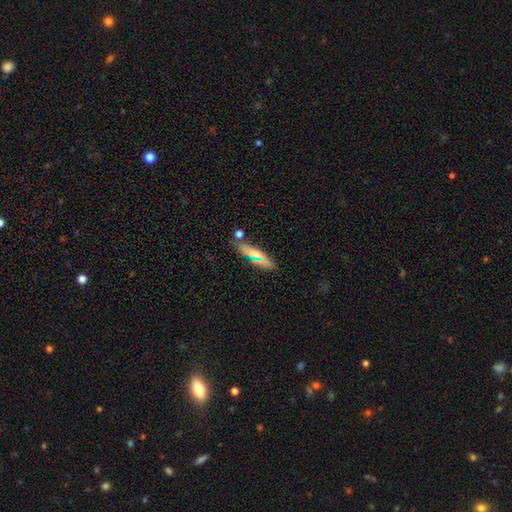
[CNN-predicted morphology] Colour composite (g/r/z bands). It shows a smooth galaxy with no disk features (53%) that is cigar-shaped (76%). Merging: none (75%).